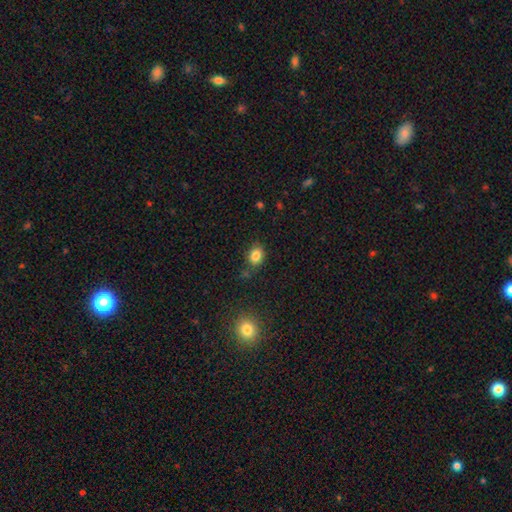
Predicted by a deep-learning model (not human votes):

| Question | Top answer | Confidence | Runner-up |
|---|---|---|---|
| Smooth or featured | smooth | 83% | star or artifact (11%) |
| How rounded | in between | 58% | round (41%) |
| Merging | none | 71% | minor disturbance (18%) |